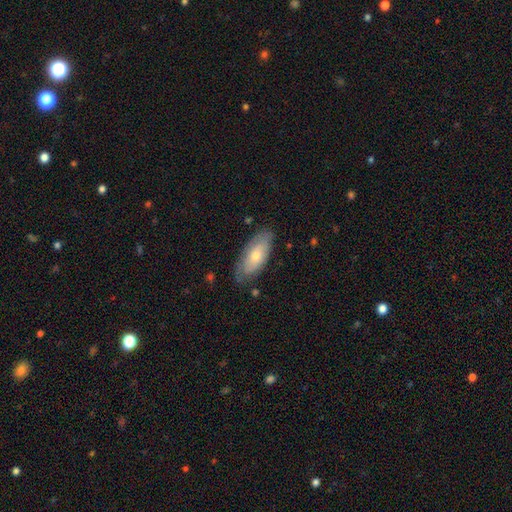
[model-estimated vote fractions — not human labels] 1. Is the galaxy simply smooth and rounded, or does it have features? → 56% smooth, 38% featured or disk, 6% star or artifact.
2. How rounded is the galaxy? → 83% in between, 15% cigar-shaped, 2% round.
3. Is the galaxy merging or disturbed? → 77% none, 18% minor disturbance, 4% major disturbance, 1% merger.